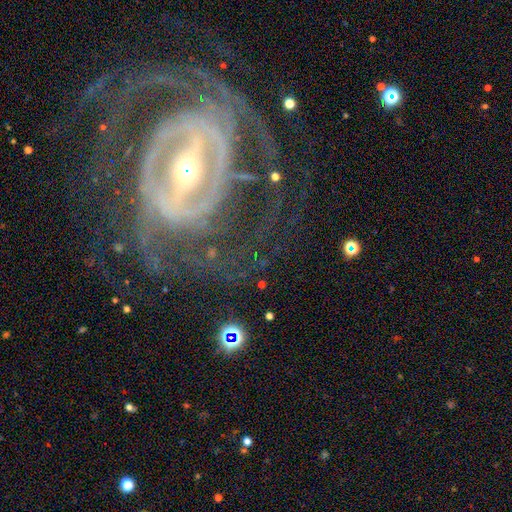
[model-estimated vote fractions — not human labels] Morphology: type=featured or disk (70%); edge-on=no (93%); bar=strong (35%); spiral arms=yes (85%); winding=tight (45%); arm count=2 (38%); bulge=small (52%); merging=none (61%).